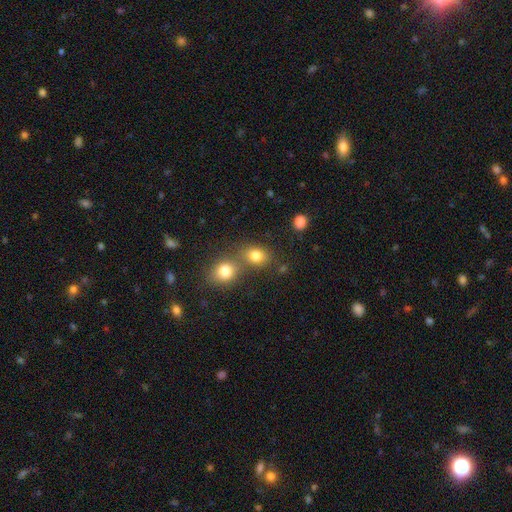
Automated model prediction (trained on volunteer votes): Smooth or featured: smooth — 80% (star or artifact — 13%)
How rounded: round — 55% (in between — 44%)
Merging: none — 48% (merger — 40%)